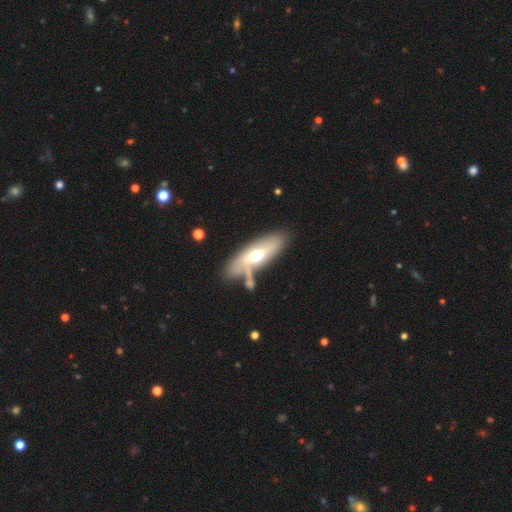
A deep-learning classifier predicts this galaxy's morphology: Smooth or featured? smooth (47%, tied with featured or disk)
Merging? none (51%)